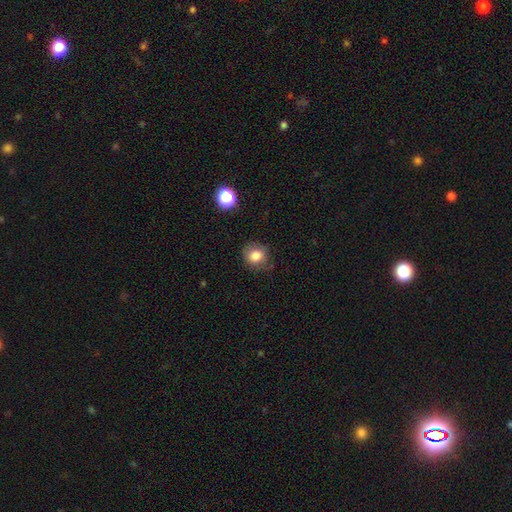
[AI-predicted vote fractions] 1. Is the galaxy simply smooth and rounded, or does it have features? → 81% smooth, 11% star or artifact, 8% featured or disk.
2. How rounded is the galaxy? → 74% round, 25% in between, 1% cigar-shaped.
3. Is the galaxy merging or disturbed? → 72% none, 20% minor disturbance, 6% major disturbance, 2% merger.